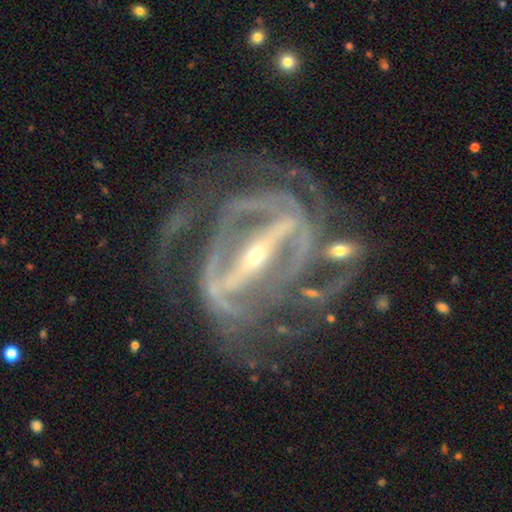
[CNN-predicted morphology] type=featured or disk (92%); edge-on=no (93%); bar=strong (88%); spiral arms=yes (94%); winding=tight (47%); arm count=2 (41%); bulge=small (76%); merging=none (49%).